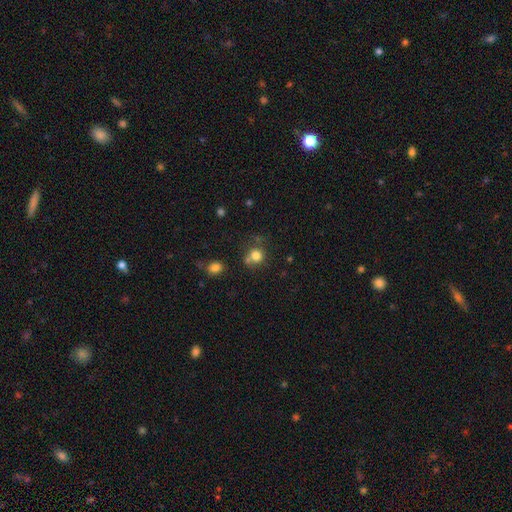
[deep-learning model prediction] smooth_or_featured: smooth (p=0.79) [alt: star or artifact p=0.13]
how_rounded: round (p=0.83) [alt: in between p=0.16]
merging: none (p=0.56) [alt: merger p=0.24]